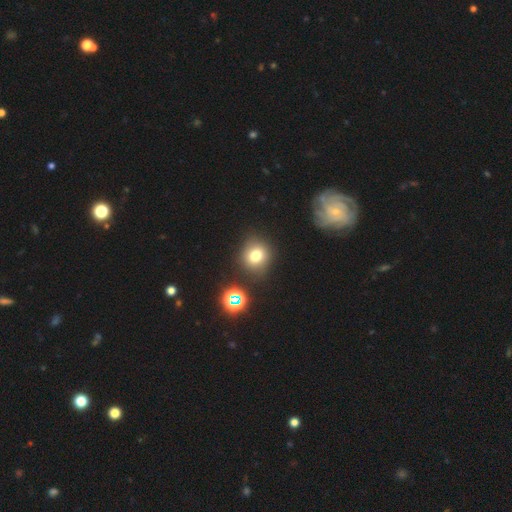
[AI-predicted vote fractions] This is likely a smooth galaxy (73%). How rounded: clearly round (84%). Merging: clearly none (82%).